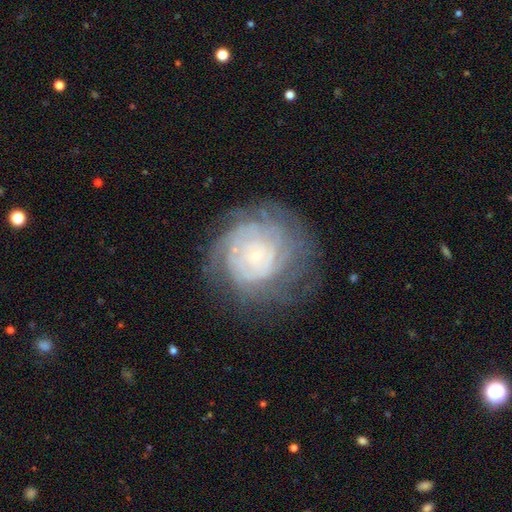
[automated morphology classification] Smooth or featured? featured or disk (75%)
Edge-on disk? no (97%)
Bar? no (83%)
Spiral arms? yes (88%)
Spiral winding? tight (80%)
Spiral arm count? can't tell (47%)
Bulge size? small (85%)
Merging? none (70%)